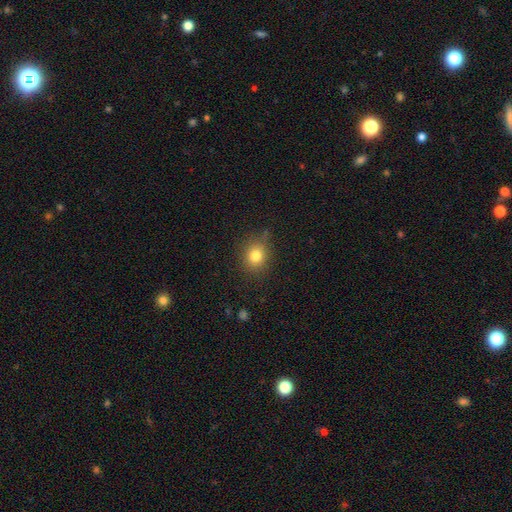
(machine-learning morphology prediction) A smooth galaxy with no disk features (80%) that is round (74%). Merging: none (80%).